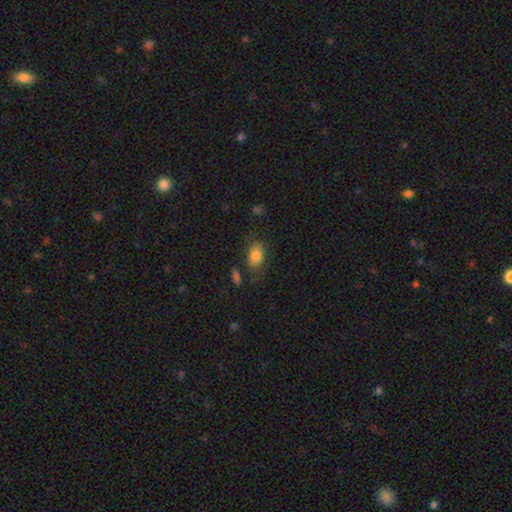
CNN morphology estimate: Overall: smooth (81%). How rounded: in between (85%). Merging: none (67%).